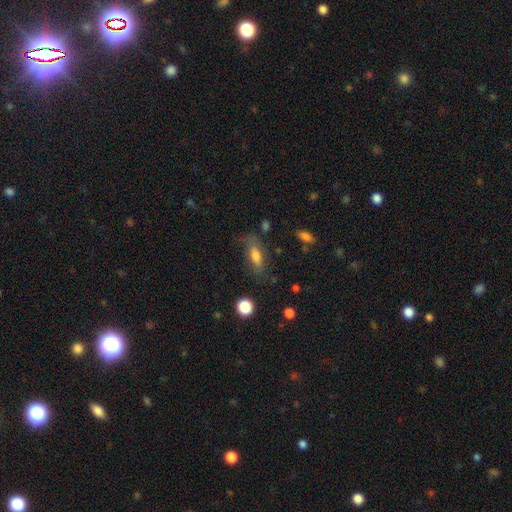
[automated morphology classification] Smooth or featured? smooth (65%)
How rounded? in between (61%)
Merging? none (61%)